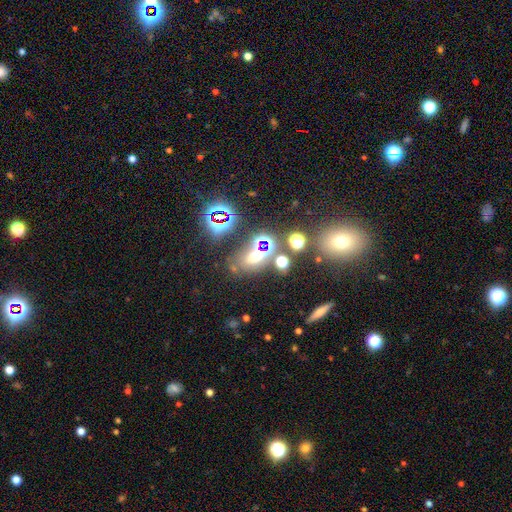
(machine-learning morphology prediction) Smooth or featured? Predicted: smooth (p=0.45). Merging? Predicted: none (p=0.58).